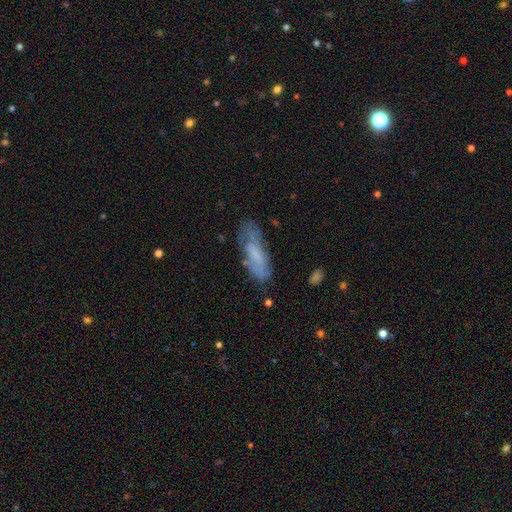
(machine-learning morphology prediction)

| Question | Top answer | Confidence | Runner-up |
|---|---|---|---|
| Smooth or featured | smooth | 47% | featured or disk (44%) |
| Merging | none | 64% | minor disturbance (24%) |